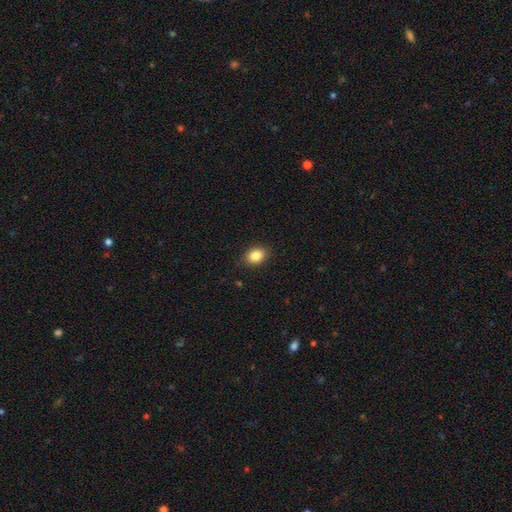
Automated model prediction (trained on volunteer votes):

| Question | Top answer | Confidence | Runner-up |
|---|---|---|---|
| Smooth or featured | smooth | 85% | star or artifact (9%) |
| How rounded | in between | 68% | round (31%) |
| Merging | none | 87% | minor disturbance (10%) |